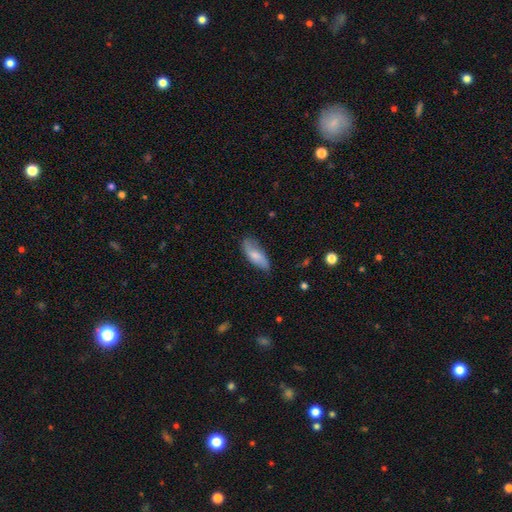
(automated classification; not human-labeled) Smooth or featured? Predicted: smooth (p=0.68). How rounded? Predicted: in between (p=0.76). Merging? Predicted: none (p=0.70).